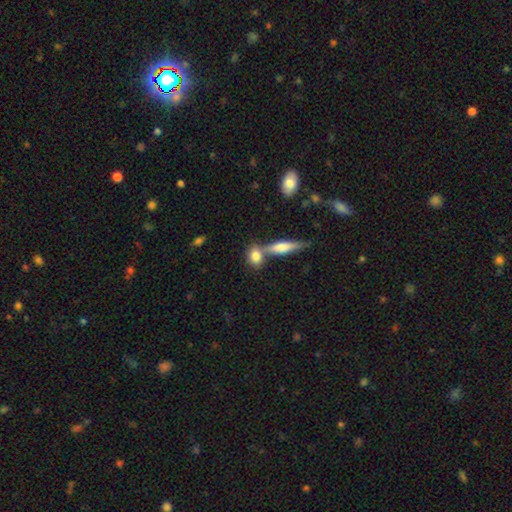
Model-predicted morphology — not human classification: Smooth or featured? smooth (79%)
How rounded? in between (56%)
Merging? none (51%)